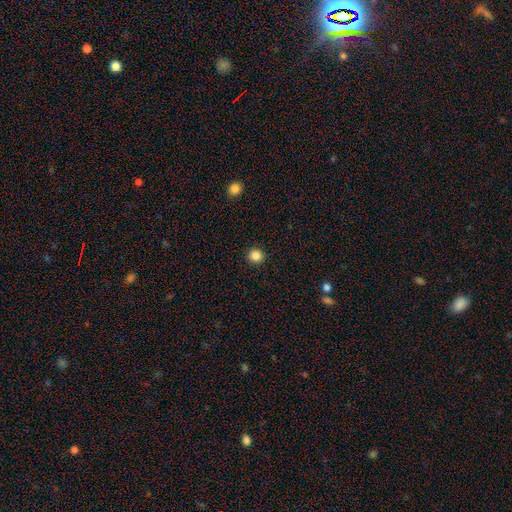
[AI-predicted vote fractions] smooth 86%, star or artifact 11%, featured or disk 3%. Down the decision tree: how rounded — round (93%); merging — none (92%).